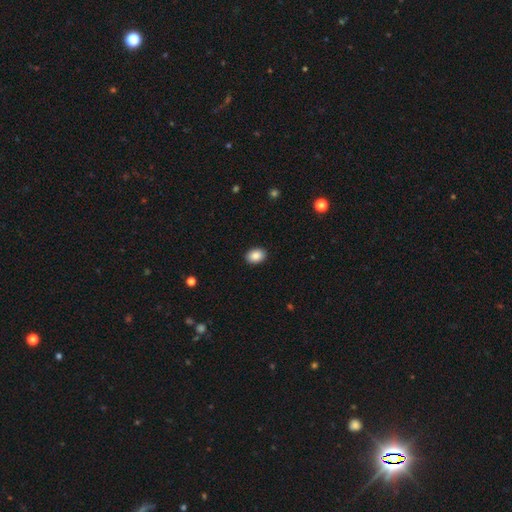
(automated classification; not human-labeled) Q: Smooth or featured?
A: smooth (89%); runner-up: star or artifact (8%)
Q: How rounded?
A: in between (75%); runner-up: round (25%)
Q: Merging?
A: none (91%); runner-up: minor disturbance (7%)